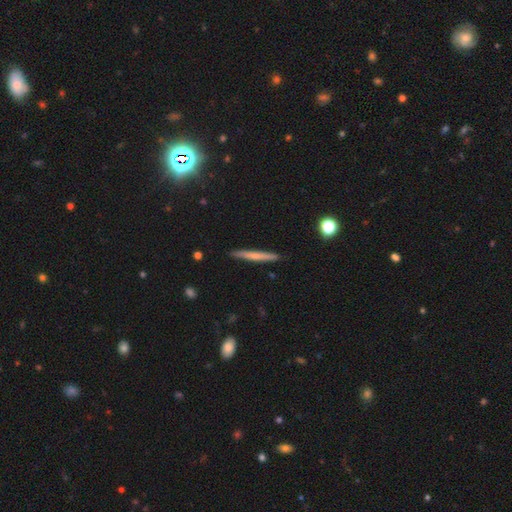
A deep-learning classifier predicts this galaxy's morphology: Overall: smooth (57%; featured or disk 36%). How rounded: cigar-shaped (96%). Merging: none (90%).